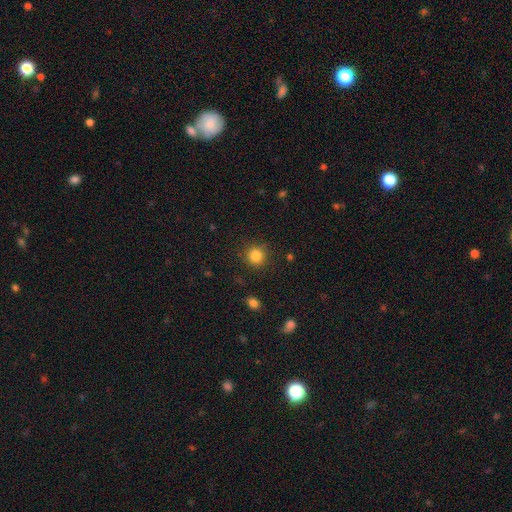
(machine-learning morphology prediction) The model was most divided on "smooth or featured": smooth: 84%, star or artifact: 12%, featured or disk: 5%. More confident: how rounded — round (92%); merging — none (89%).